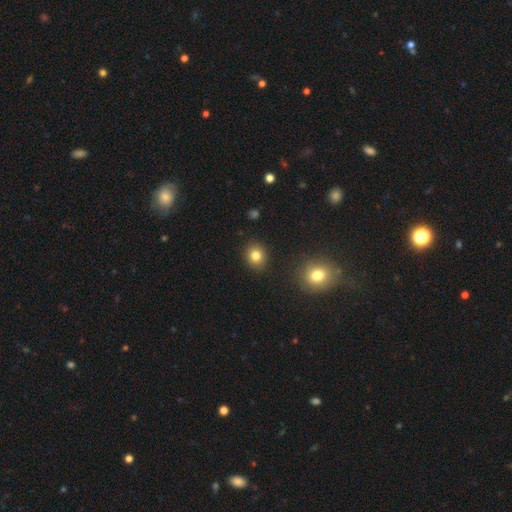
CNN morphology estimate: A smooth galaxy with no disk features (82%) that is round (74%).

Vote fractions:
- Smooth or featured? smooth: 82% / star or artifact: 12% / featured or disk: 7%
- How rounded? round: 74% / in between: 25% / cigar-shaped: 1%
- Merging? none: 89% / minor disturbance: 7% / major disturbance: 2% / merger: 2%